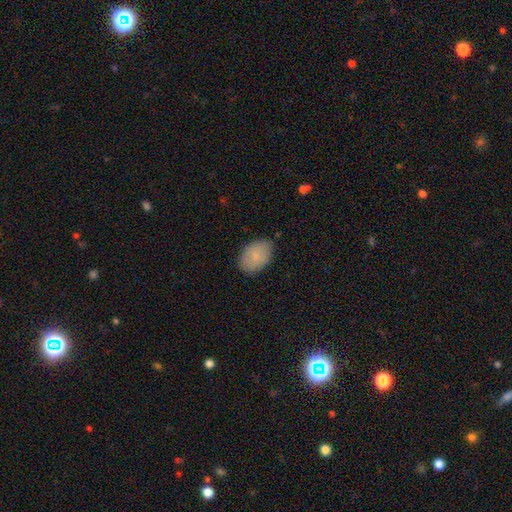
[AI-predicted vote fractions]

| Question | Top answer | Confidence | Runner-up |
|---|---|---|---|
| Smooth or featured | smooth | 84% | featured or disk (10%) |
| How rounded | in between | 88% | round (11%) |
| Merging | none | 82% | minor disturbance (14%) |